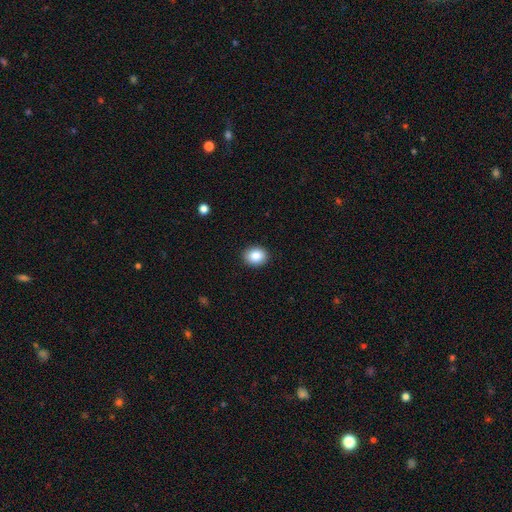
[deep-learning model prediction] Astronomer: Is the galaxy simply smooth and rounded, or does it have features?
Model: smooth — 86%.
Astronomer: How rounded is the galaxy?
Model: round — 56% (runner-up: in between, 43%).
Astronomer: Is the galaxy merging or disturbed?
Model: none — 91%.